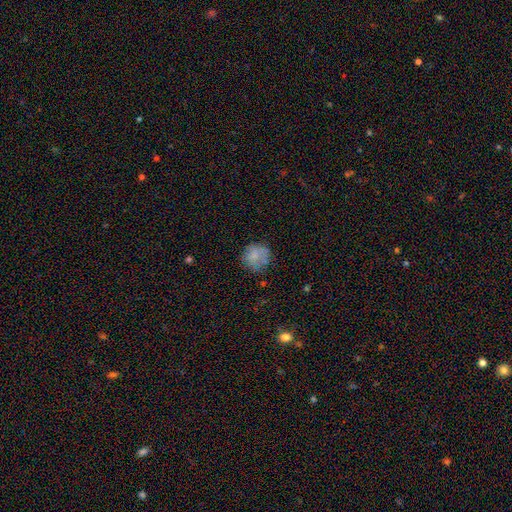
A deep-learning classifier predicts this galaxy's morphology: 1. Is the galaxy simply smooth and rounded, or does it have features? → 73% smooth, 17% featured or disk, 10% star or artifact.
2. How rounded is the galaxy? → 86% round, 13% in between, 1% cigar-shaped.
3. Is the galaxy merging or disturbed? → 67% none, 21% minor disturbance, 9% major disturbance, 3% merger.